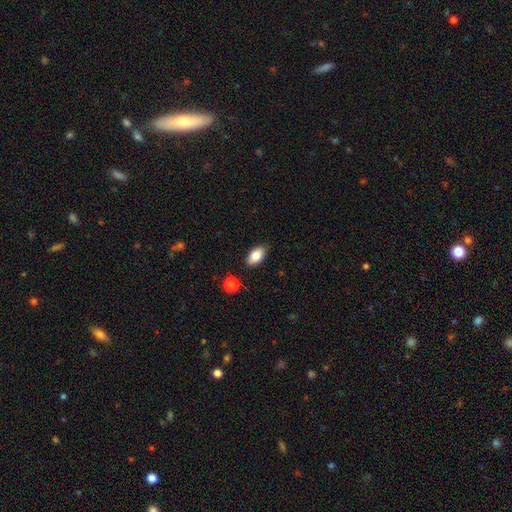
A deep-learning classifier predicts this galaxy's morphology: Smooth or featured? smooth (84%)
How rounded? in between (93%)
Merging? none (85%)